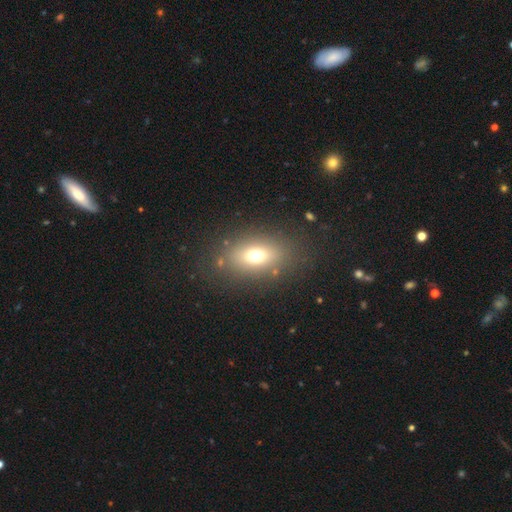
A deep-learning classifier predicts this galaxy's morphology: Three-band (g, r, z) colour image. It shows a smooth galaxy with no disk features (68%) that is in between round and cigar-shaped (75%). Merging: none (81%).